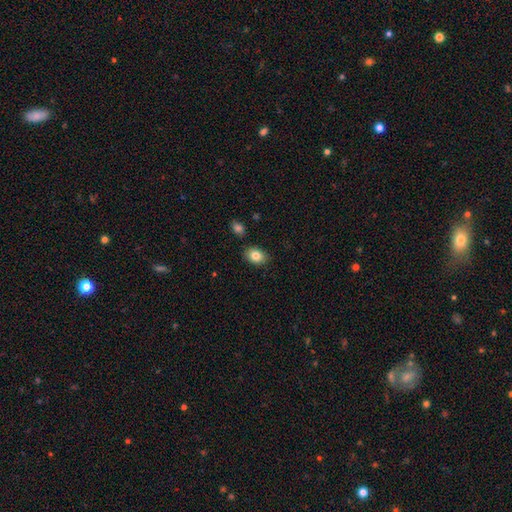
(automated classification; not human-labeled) Smooth or featured?
  - smooth: 83% *
  - featured or disk: 9%
  - star or artifact: 9%
How rounded?
  - in between: 71% *
  - round: 28%
  - cigar-shaped: 1%
Merging?
  - none: 85% *
  - minor disturbance: 11%
  - merger: 3%
  - major disturbance: 2%